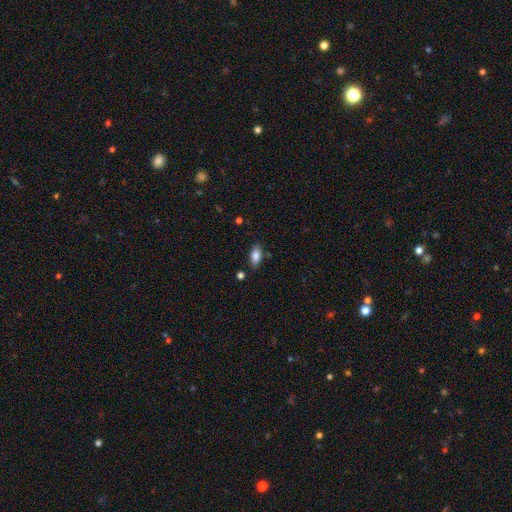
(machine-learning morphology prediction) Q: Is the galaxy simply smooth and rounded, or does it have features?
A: smooth — 81%.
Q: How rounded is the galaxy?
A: in between — 88%.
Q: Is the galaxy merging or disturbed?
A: none — 80%.